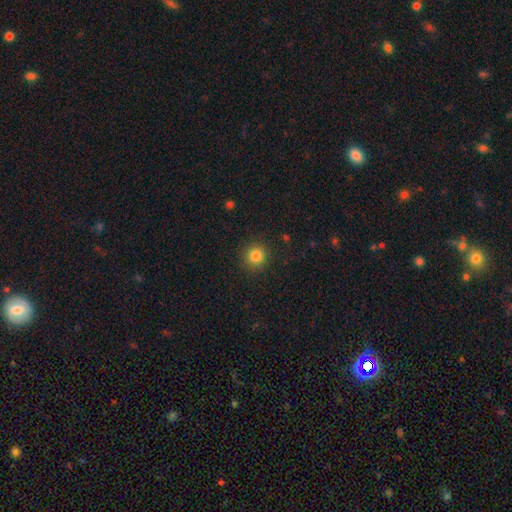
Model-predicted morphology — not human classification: A smooth galaxy with no disk features (82%) that is round (92%).

Vote fractions:
- Smooth or featured? smooth: 82% / star or artifact: 13% / featured or disk: 5%
- How rounded? round: 92% / in between: 7% / cigar-shaped: 1%
- Merging? none: 88% / minor disturbance: 8% / major disturbance: 3% / merger: 2%